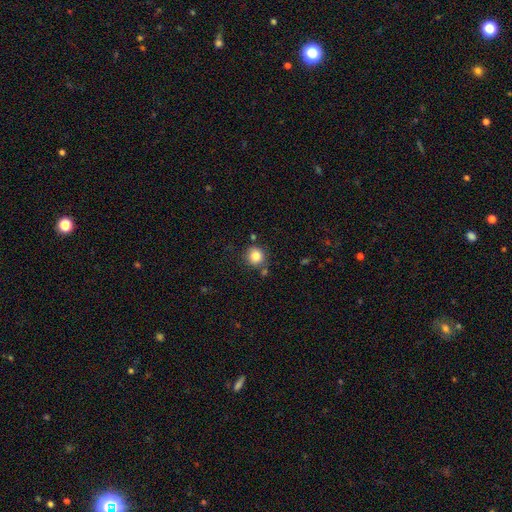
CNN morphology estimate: A smooth galaxy with no disk features (83%) that is round (92%).

Vote fractions:
- Smooth or featured? smooth: 83% / star or artifact: 11% / featured or disk: 7%
- How rounded? round: 92% / in between: 7% / cigar-shaped: 1%
- Merging? none: 80% / minor disturbance: 10% / merger: 7% / major disturbance: 3%